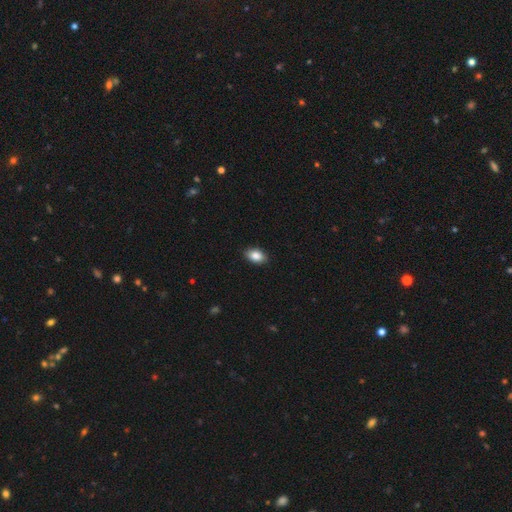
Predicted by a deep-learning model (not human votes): Smooth or featured: smooth — 87% (star or artifact — 7%)
How rounded: in between — 89% (round — 9%)
Merging: none — 89% (minor disturbance — 8%)